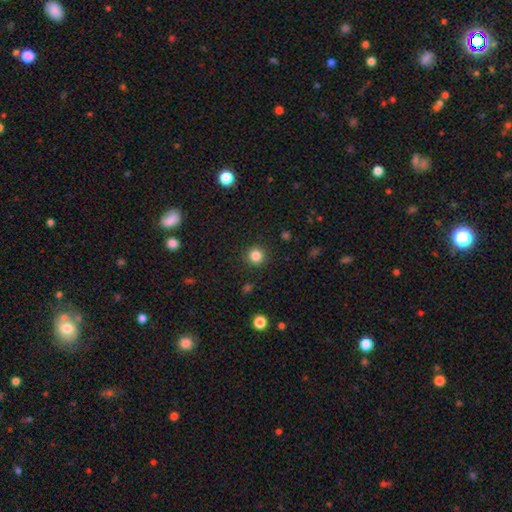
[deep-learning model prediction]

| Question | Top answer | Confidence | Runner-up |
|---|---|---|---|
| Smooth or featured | smooth | 84% | star or artifact (12%) |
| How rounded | round | 94% | in between (5%) |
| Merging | none | 91% | minor disturbance (5%) |